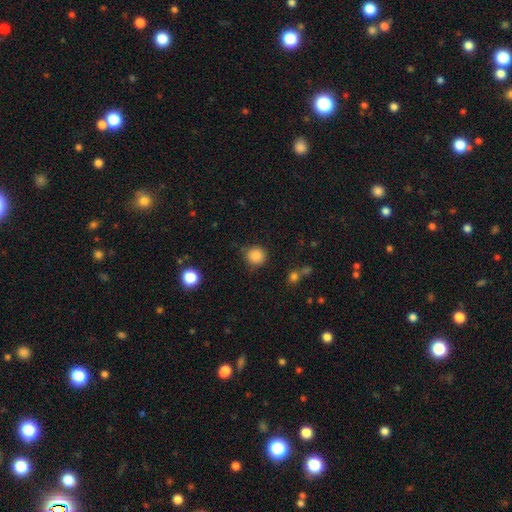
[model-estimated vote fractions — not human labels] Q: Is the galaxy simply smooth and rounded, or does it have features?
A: smooth — 85%.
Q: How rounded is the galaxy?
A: round — 91%.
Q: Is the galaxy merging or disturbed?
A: none — 81%.